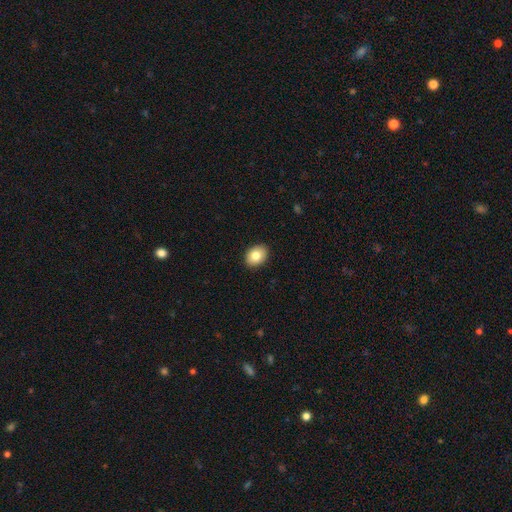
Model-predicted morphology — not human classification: Overall: smooth (83%). How rounded: in between (66%; round 33%). Merging: none (91%).